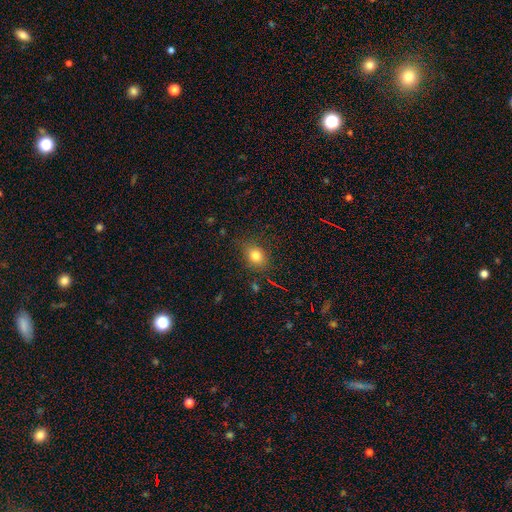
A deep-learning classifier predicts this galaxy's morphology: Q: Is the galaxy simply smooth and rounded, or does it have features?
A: smooth — 79%.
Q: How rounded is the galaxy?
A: in between — 51%.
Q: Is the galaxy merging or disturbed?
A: none — 81%.